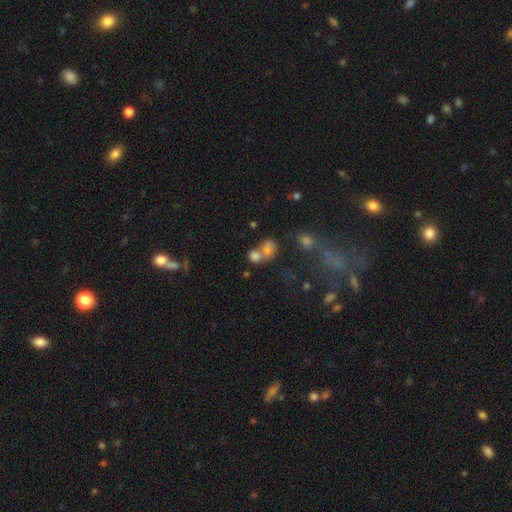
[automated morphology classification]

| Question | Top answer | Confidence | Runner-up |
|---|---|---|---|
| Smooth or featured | smooth | 73% | star or artifact (15%) |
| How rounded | round | 59% | in between (39%) |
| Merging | merger | 56% | none (33%) |